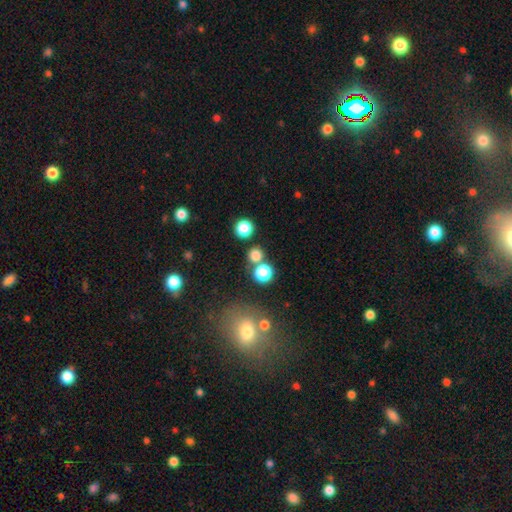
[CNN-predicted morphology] smooth_or_featured: smooth (p=0.75) [alt: star or artifact p=0.19]
how_rounded: round (p=0.92) [alt: in between p=0.07]
merging: none (p=0.74) [alt: merger p=0.17]